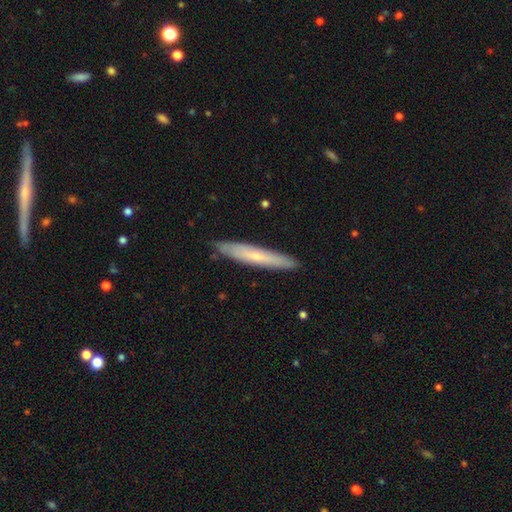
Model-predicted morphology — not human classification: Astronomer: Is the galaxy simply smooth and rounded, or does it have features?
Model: smooth — 52% (runner-up: featured or disk, 42%).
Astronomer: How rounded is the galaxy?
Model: cigar-shaped — 93%.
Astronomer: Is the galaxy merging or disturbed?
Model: none — 87%.